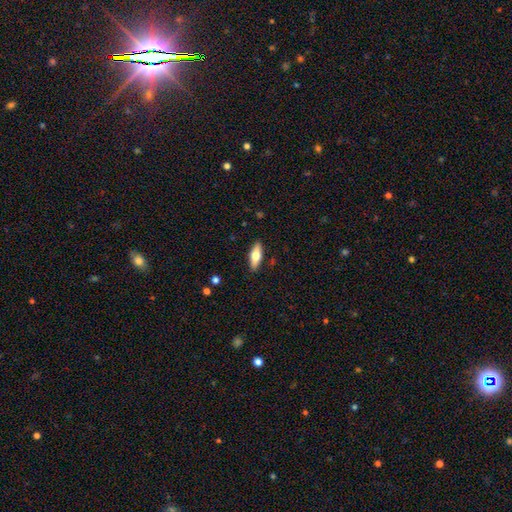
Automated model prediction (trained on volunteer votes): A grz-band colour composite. It shows a smooth galaxy with no disk features (60%) that is in between round and cigar-shaped (64%). Merging: none (88%).